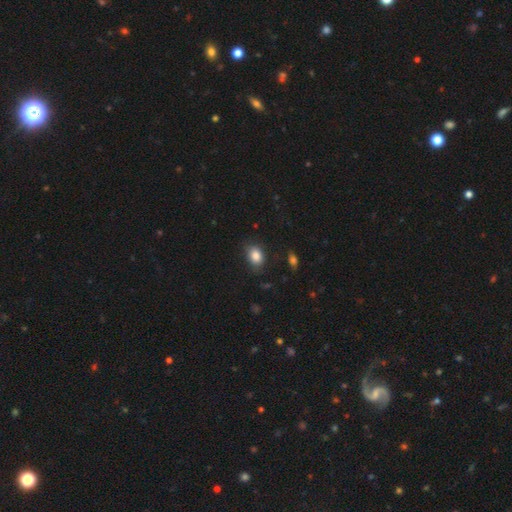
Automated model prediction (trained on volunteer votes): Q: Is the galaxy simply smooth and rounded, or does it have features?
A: smooth — 85%.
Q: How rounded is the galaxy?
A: in between — 75%.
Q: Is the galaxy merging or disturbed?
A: none — 80%.